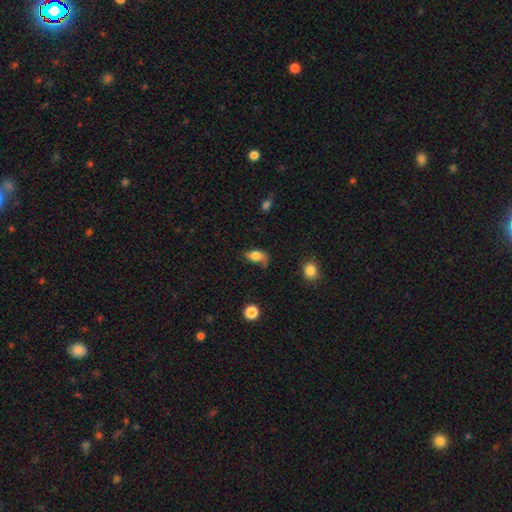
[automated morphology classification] Smooth or featured? Predicted: smooth (p=0.72). How rounded? Predicted: in between (p=0.84). Merging? Predicted: none (p=0.48).